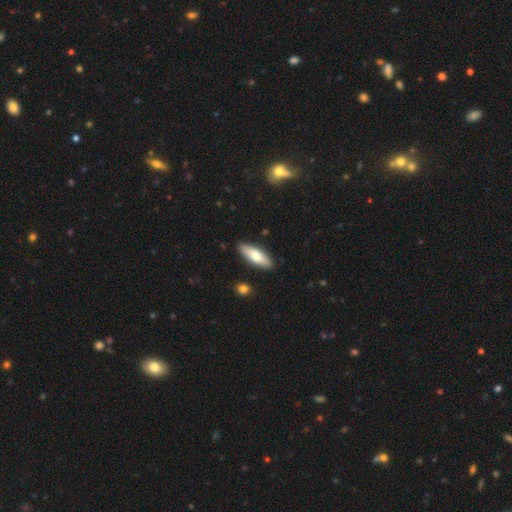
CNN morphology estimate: Overall: smooth (72%). How rounded: in between (54%; cigar-shaped 44%). Merging: none (88%).